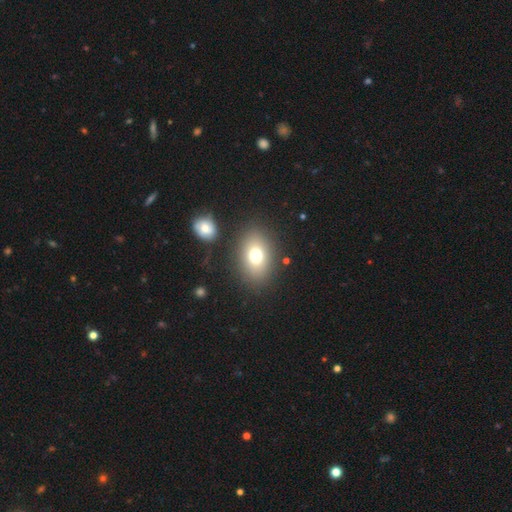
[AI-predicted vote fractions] A smooth galaxy with no disk features (73%) that is in between round and cigar-shaped (72%).

Vote fractions:
- Smooth or featured? smooth: 73% / featured or disk: 15% / star or artifact: 12%
- How rounded? in between: 72% / round: 27% / cigar-shaped: 1%
- Merging? none: 83% / minor disturbance: 9% / merger: 4% / major disturbance: 4%